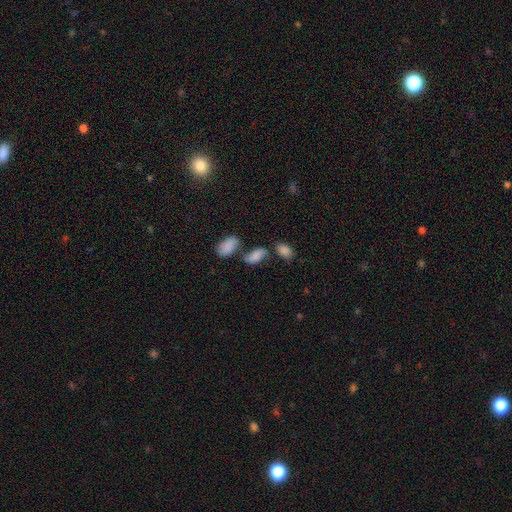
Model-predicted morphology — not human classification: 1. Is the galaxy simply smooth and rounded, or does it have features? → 75% smooth, 13% star or artifact, 12% featured or disk.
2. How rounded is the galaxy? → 87% in between, 7% cigar-shaped, 6% round.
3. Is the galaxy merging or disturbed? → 48% none, 27% merger, 16% minor disturbance, 8% major disturbance.